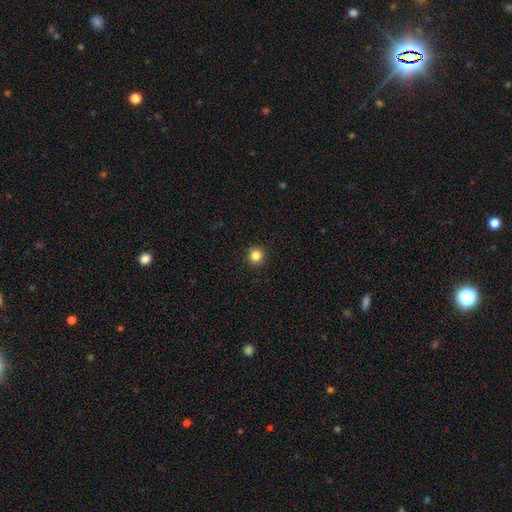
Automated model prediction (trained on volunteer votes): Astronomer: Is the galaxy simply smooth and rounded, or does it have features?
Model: smooth — 84%.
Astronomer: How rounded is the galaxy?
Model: round — 94%.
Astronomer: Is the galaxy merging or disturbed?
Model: none — 93%.